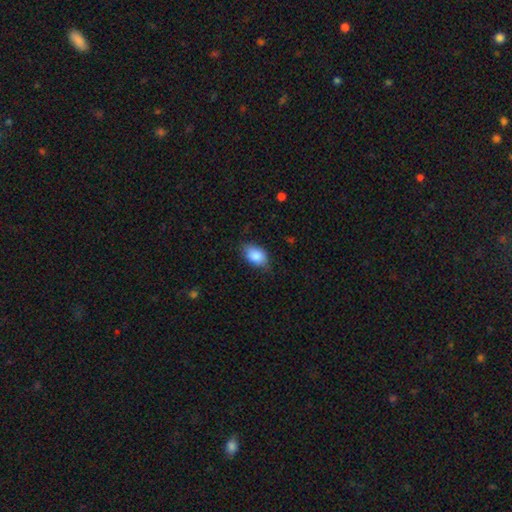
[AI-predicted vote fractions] Smooth or featured: smooth — 87% (star or artifact — 7%)
How rounded: in between — 89% (round — 9%)
Merging: none — 71% (minor disturbance — 23%)